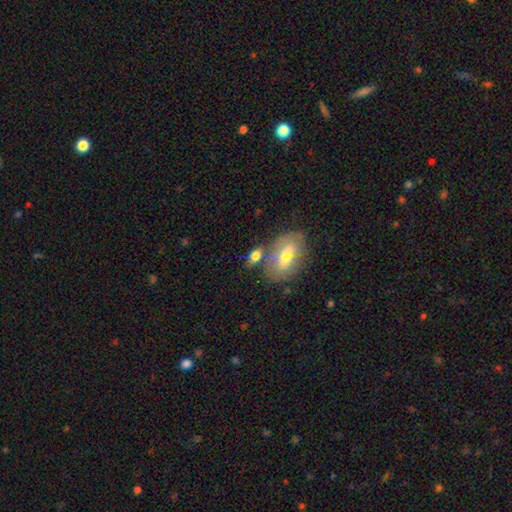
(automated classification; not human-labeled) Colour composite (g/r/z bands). It shows a smooth galaxy with no disk features (71%) that is in between round and cigar-shaped (81%). Merging: none (46%).